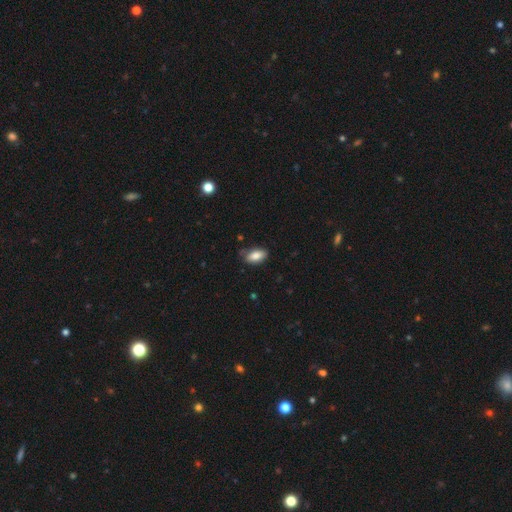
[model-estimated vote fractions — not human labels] smooth 83%, featured or disk 10%, star or artifact 7%. Down the decision tree: how rounded — in between (92%); merging — none (73%).